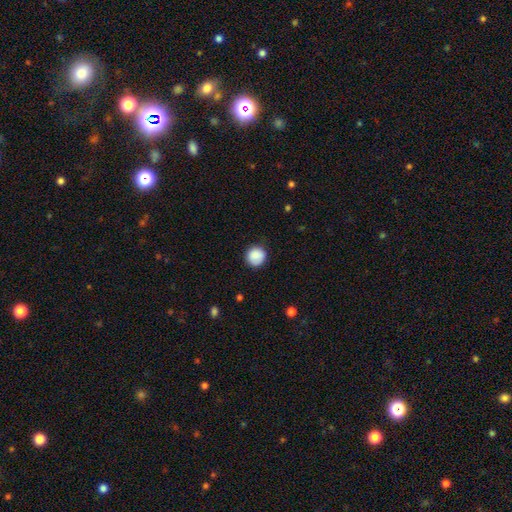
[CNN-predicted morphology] A smooth galaxy with no disk features (87%) that is round (93%).

Vote fractions:
- Smooth or featured? smooth: 87% / star or artifact: 8% / featured or disk: 6%
- How rounded? round: 93% / in between: 6% / cigar-shaped: 1%
- Merging? none: 83% / minor disturbance: 13% / major disturbance: 3% / merger: 1%